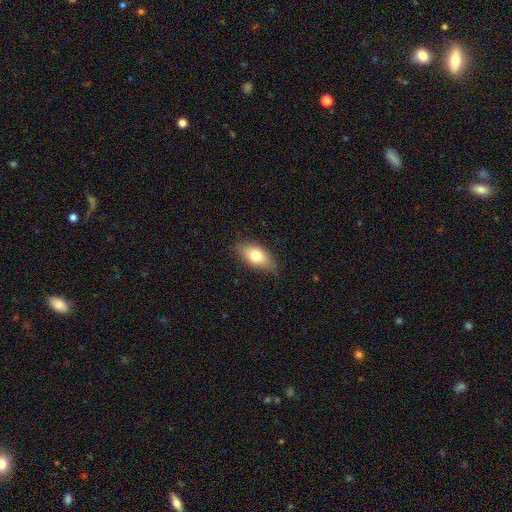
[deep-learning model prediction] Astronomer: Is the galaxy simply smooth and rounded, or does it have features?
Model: smooth — 77%.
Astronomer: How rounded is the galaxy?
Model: in between — 88%.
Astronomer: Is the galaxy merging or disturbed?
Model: none — 81%.